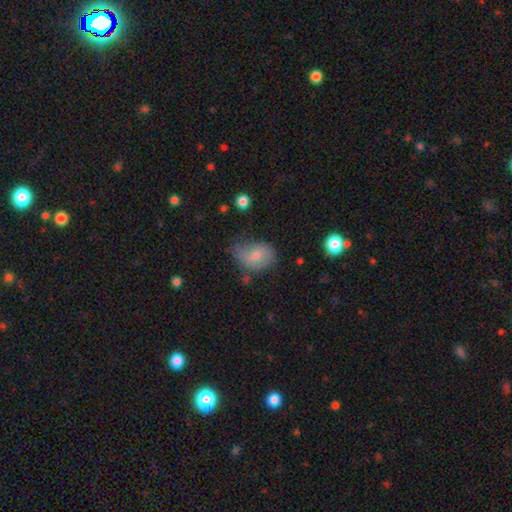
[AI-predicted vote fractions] Smooth or featured?
  - smooth: 60% *
  - featured or disk: 30%
  - star or artifact: 10%
How rounded?
  - in between: 74% *
  - round: 25%
  - cigar-shaped: 1%
Merging?
  - none: 47% *
  - minor disturbance: 37%
  - major disturbance: 13%
  - merger: 3%